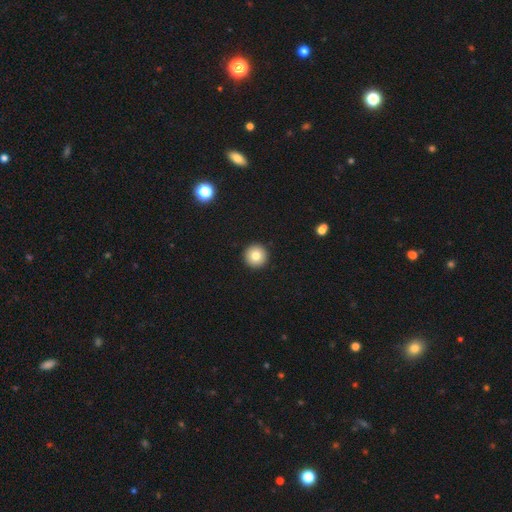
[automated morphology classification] smooth_or_featured: smooth (p=0.80) [alt: featured or disk p=0.10]
how_rounded: round (p=0.97) [alt: in between p=0.03]
merging: none (p=0.94) [alt: minor disturbance p=0.04]